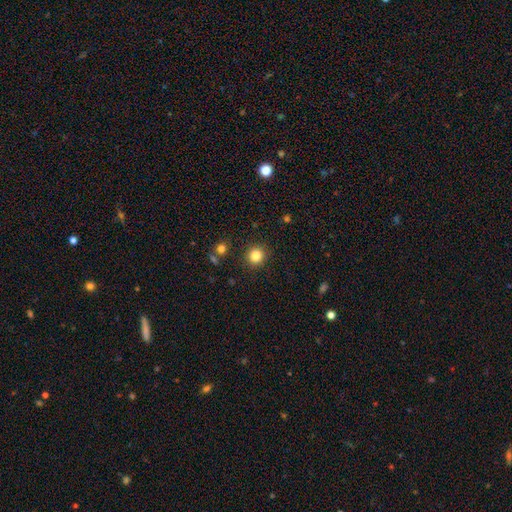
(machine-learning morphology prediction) Q: Smooth or featured?
A: smooth (84%); runner-up: star or artifact (12%)
Q: How rounded?
A: round (91%); runner-up: in between (8%)
Q: Merging?
A: none (90%); runner-up: minor disturbance (6%)